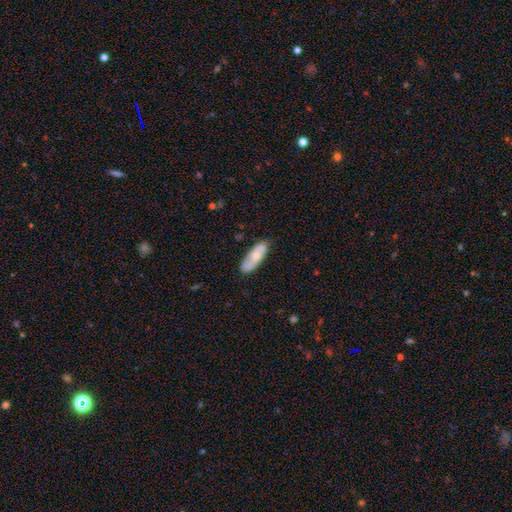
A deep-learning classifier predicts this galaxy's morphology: A smooth galaxy with no disk features (54%) that is in between round and cigar-shaped (68%).

Vote fractions:
- Smooth or featured? smooth: 54% / featured or disk: 41% / star or artifact: 5%
- How rounded? in between: 68% / cigar-shaped: 29% / round: 3%
- Merging? none: 78% / minor disturbance: 17% / major disturbance: 3% / merger: 2%